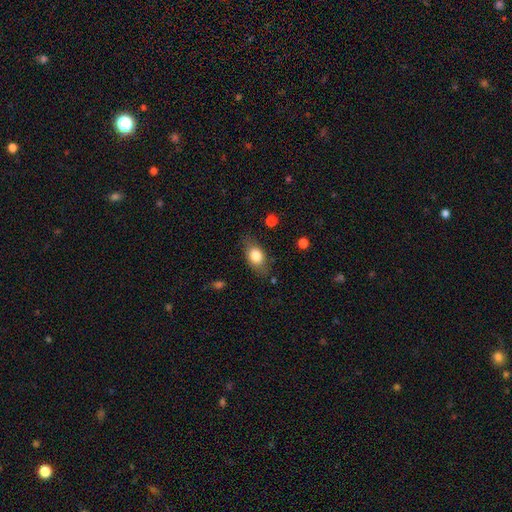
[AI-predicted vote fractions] A smooth galaxy with no disk features (78%) that is in between round and cigar-shaped (83%). Merging: none (76%).